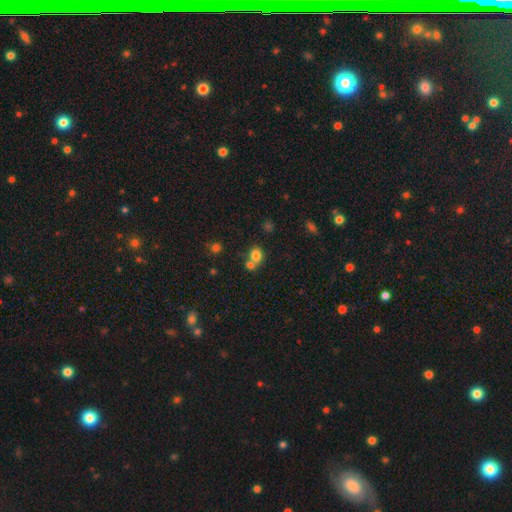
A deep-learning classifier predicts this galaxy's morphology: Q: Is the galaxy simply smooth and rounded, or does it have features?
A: smooth — 78%.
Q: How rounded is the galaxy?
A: round — 61%.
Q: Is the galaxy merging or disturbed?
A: merger — 47%.